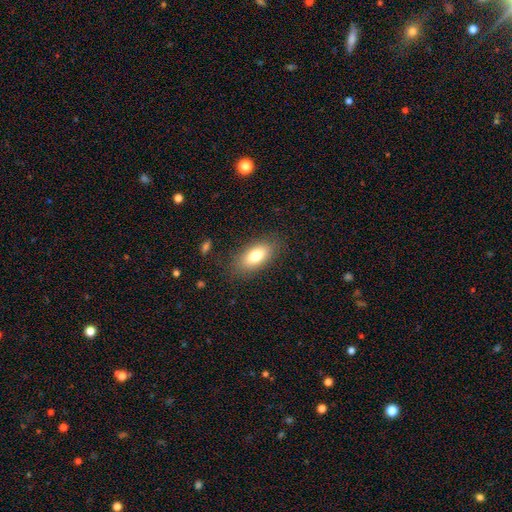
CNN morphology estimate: This is likely a smooth galaxy (79%). How rounded: clearly in between (87%). Merging: clearly none (84%).